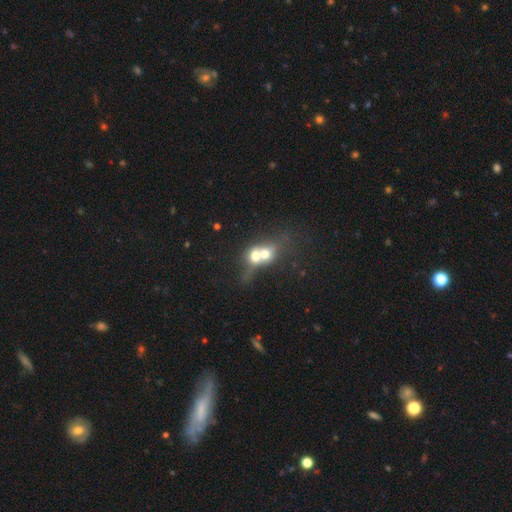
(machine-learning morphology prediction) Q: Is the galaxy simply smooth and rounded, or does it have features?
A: smooth — 59%.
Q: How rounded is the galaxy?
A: round — 56%.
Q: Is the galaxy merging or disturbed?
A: merger — 76%.